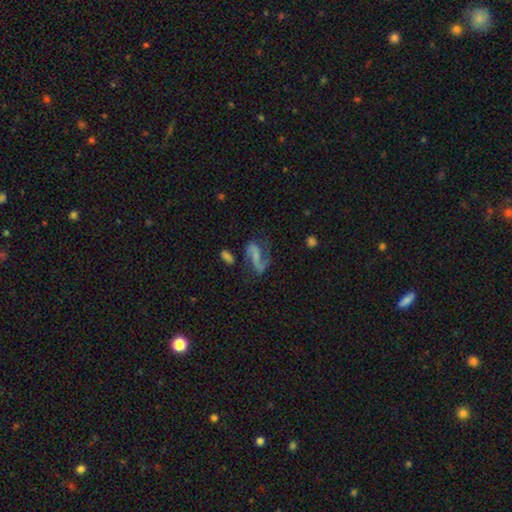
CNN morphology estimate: smooth_or_featured: featured or disk (p=0.77) [alt: smooth p=0.14]
disk_edge_on: no (p=0.97) [alt: yes p=0.03]
bar: weak (p=0.37) [alt: no p=0.36]
has_spiral_arms: yes (p=0.91) [alt: no p=0.09]
spiral_winding: loose (p=0.65) [alt: medium p=0.28]
spiral_arm_count: 2 (p=0.87) [alt: 1 p=0.07]
bulge_size: none (p=0.55) [alt: small p=0.30]
merging: none (p=0.53) [alt: minor disturbance p=0.20]